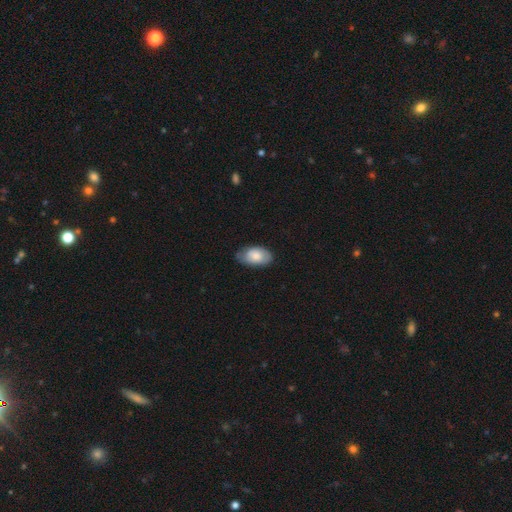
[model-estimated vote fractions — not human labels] A smooth galaxy with no disk features (74%) that is in between round and cigar-shaped (94%).

Vote fractions:
- Smooth or featured? smooth: 74% / featured or disk: 20% / star or artifact: 6%
- How rounded? in between: 94% / round: 5% / cigar-shaped: 2%
- Merging? none: 67% / minor disturbance: 27% / major disturbance: 4% / merger: 1%